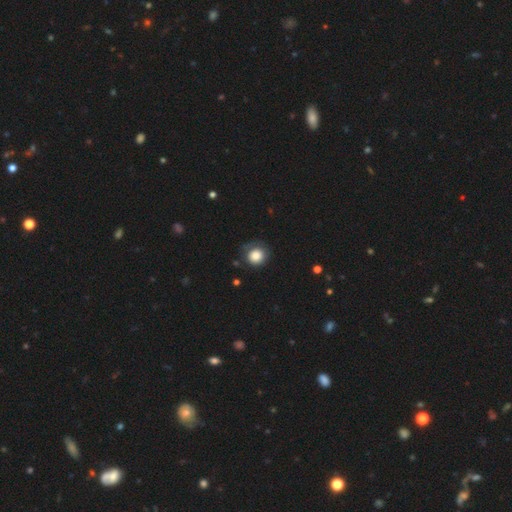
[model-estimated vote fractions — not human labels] This is clearly a smooth galaxy (82%). How rounded: clearly round (86%). Merging: likely none (66%).